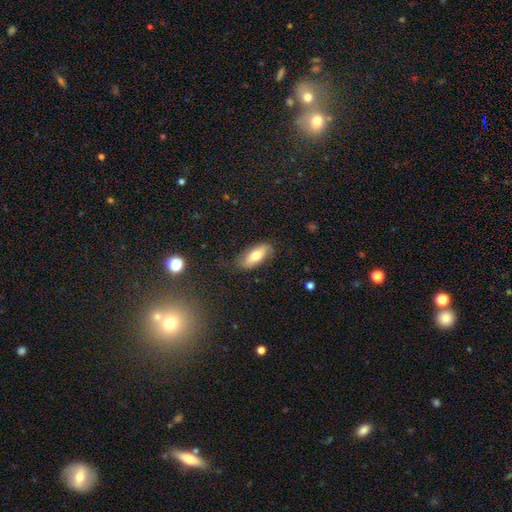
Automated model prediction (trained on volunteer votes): Smooth or featured? Predicted: smooth (p=0.69). How rounded? Predicted: in between (p=0.81). Merging? Predicted: none (p=0.76).